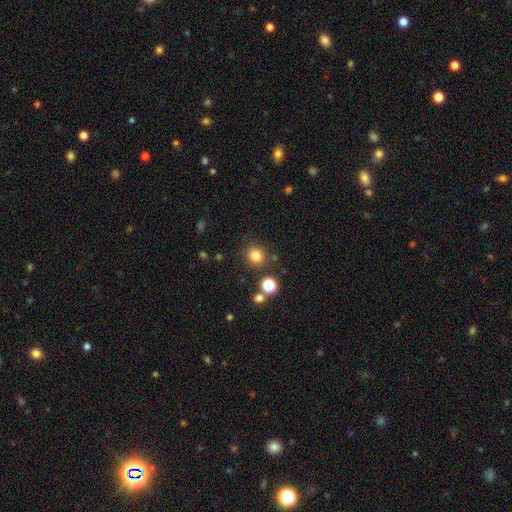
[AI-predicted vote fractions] The model was most divided on "smooth or featured": smooth: 81%, star or artifact: 14%, featured or disk: 5%. More confident: how rounded — round (92%); merging — none (84%).